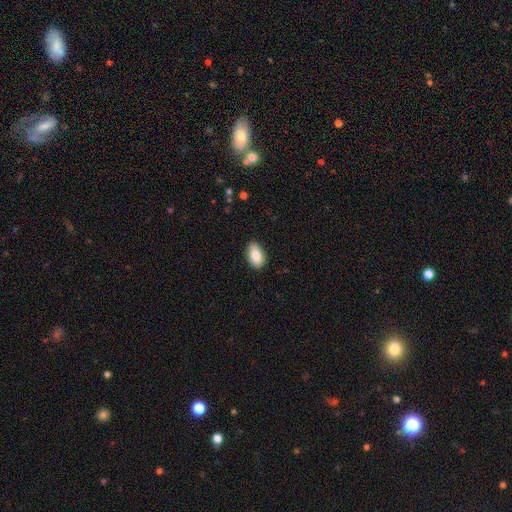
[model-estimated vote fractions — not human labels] smooth_or_featured: smooth (p=0.84) [alt: featured or disk p=0.09]
how_rounded: in between (p=0.91) [alt: round p=0.07]
merging: none (p=0.88) [alt: minor disturbance p=0.09]